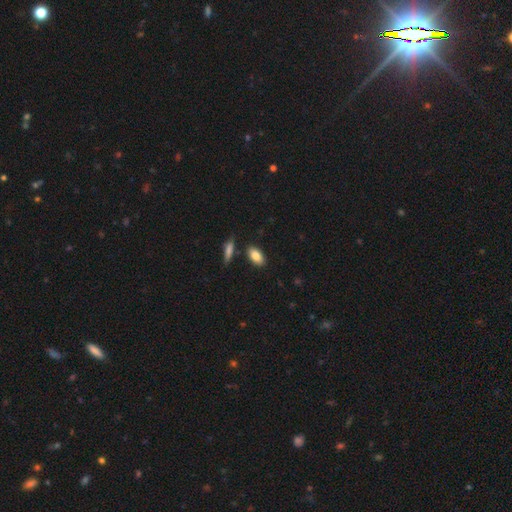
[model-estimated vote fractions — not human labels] Overall: smooth (83%). How rounded: in between (89%). Merging: none (82%).